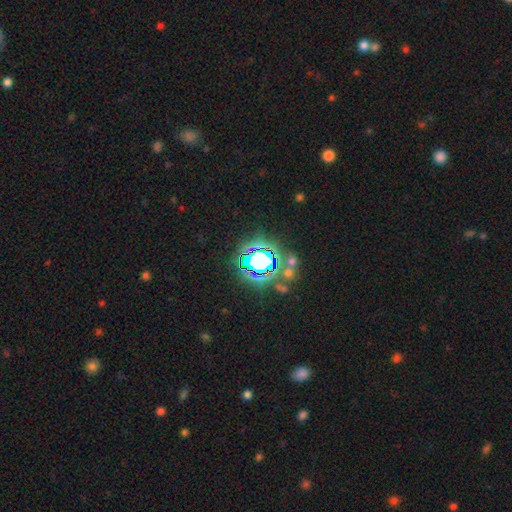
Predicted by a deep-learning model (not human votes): Smooth or featured? star or artifact (65%)